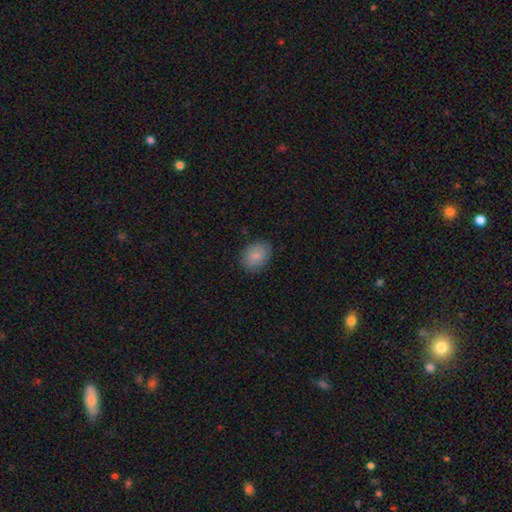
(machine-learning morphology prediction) Overall: smooth (85%). How rounded: in between (67%; round 32%). Merging: none (83%).